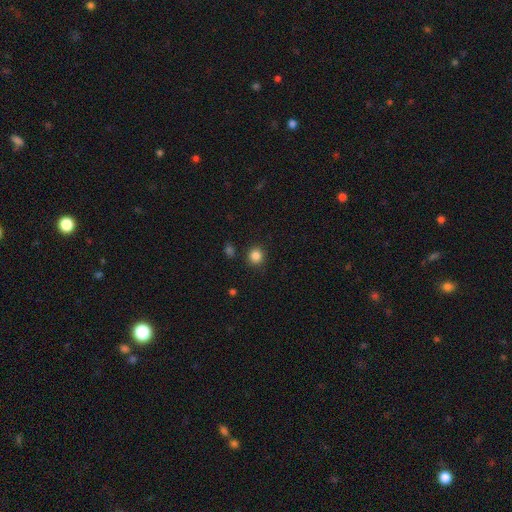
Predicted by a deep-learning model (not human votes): A smooth galaxy with no disk features (85%) that is round (91%). Merging: none (88%).